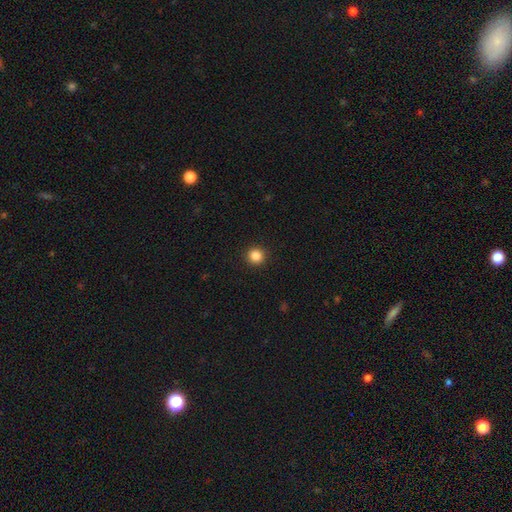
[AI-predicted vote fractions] Smooth or featured: smooth — 85% (star or artifact — 11%)
How rounded: round — 94% (in between — 5%)
Merging: none — 93% (minor disturbance — 4%)